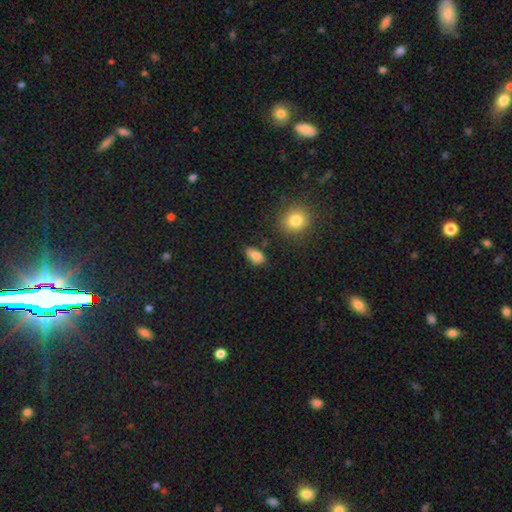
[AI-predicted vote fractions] Smooth or featured? smooth (83%)
How rounded? in between (89%)
Merging? none (69%)